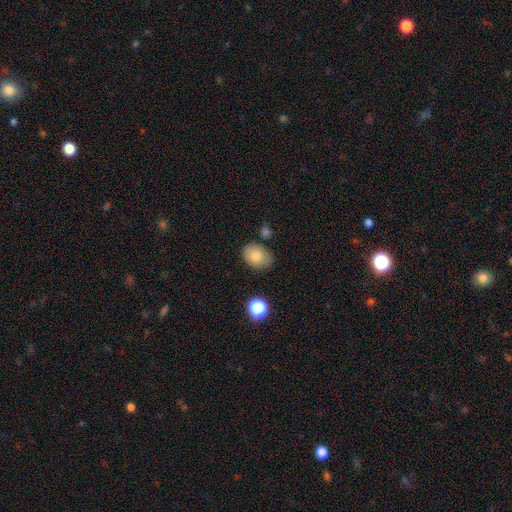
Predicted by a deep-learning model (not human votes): A smooth galaxy with no disk features (81%) that is in between round and cigar-shaped (70%).

Vote fractions:
- Smooth or featured? smooth: 81% / featured or disk: 10% / star or artifact: 9%
- How rounded? in between: 70% / round: 29% / cigar-shaped: 1%
- Merging? none: 75% / minor disturbance: 17% / merger: 5% / major disturbance: 4%